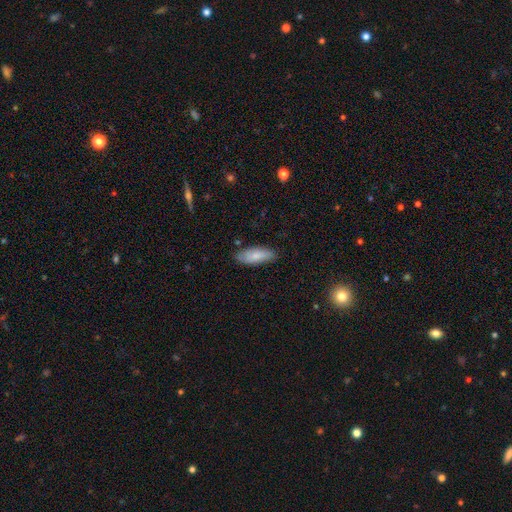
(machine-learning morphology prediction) This appears to be a smooth galaxy with no disk features (76%) that is in between round and cigar-shaped (76%). Merging: none (77%).